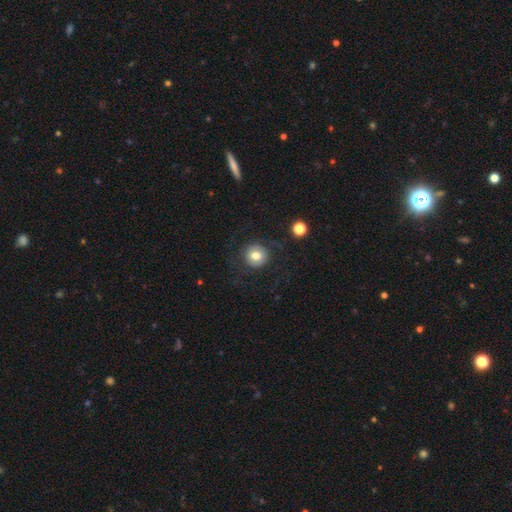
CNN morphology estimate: Smooth or featured? Predicted: smooth (p=0.74). How rounded? Predicted: round (p=0.91). Merging? Predicted: none (p=0.78).